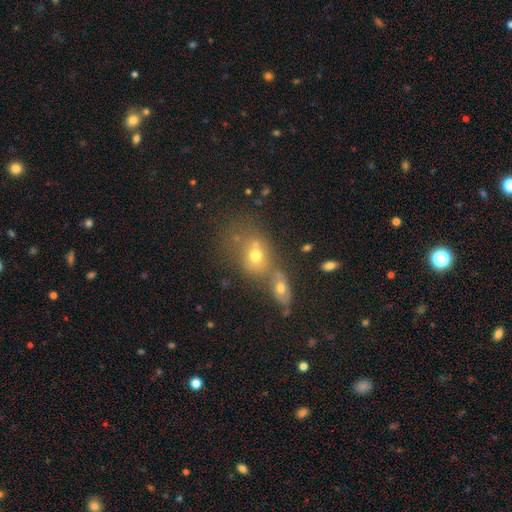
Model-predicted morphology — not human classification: smooth 64%, featured or disk 21%, star or artifact 15%. Down the decision tree: how rounded — in between (55%); merging — merger (53%).